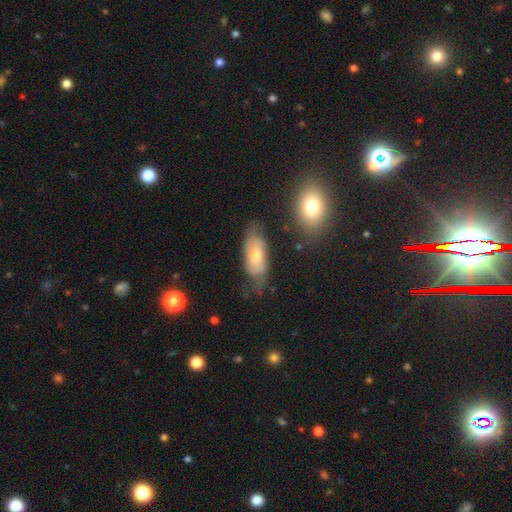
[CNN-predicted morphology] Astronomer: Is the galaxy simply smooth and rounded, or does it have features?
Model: smooth — 50% (runner-up: featured or disk, 41%).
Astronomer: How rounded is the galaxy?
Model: in between — 85%.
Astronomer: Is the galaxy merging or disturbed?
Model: none — 53% (runner-up: minor disturbance, 30%).